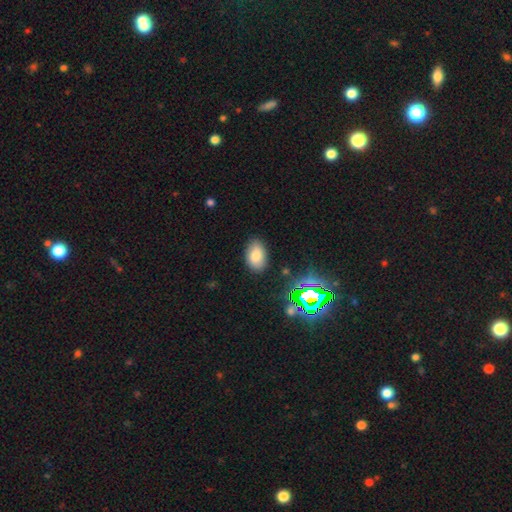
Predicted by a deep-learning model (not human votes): Smooth or featured? Predicted: smooth (p=0.77). How rounded? Predicted: in between (p=0.90). Merging? Predicted: none (p=0.83).